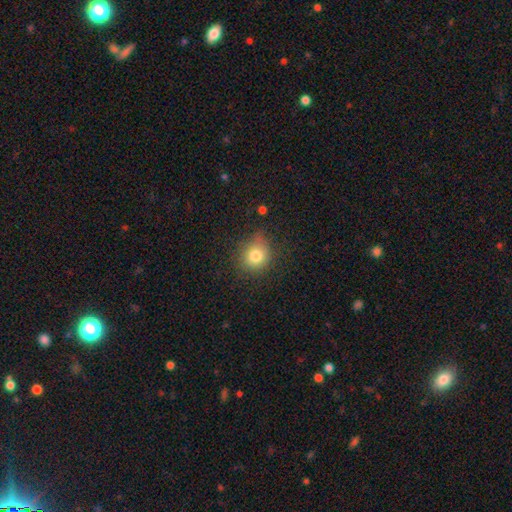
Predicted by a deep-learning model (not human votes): This is likely a smooth galaxy (80%). How rounded: clearly round (82%). Merging: likely none (73%).